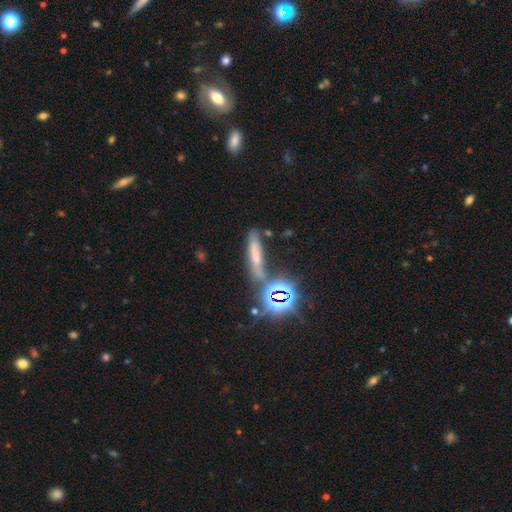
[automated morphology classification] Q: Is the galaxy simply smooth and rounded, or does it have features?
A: smooth — 48%.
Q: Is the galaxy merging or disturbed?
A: none — 60%.